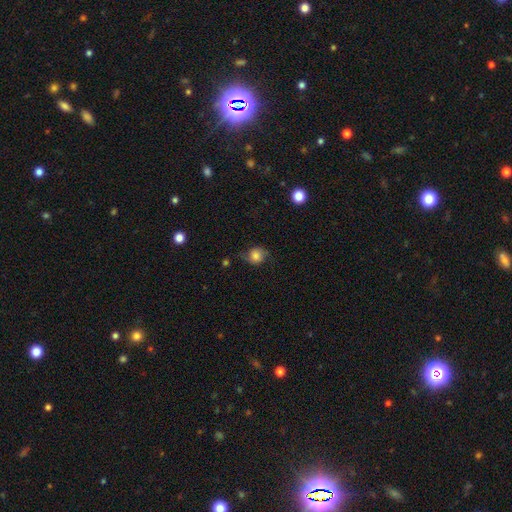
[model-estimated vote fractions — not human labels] The model was most divided on "smooth or featured": smooth: 62%, featured or disk: 28%, star or artifact: 11%. More confident: how rounded — round (75%); merging — none (62%).